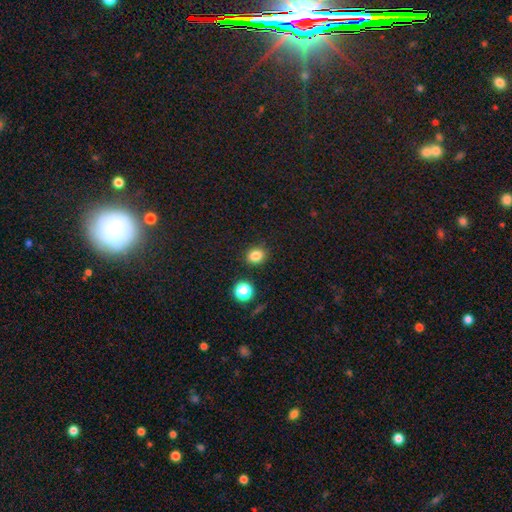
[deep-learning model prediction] A smooth galaxy with no disk features (82%) that is round (62%). Merging: none (87%).